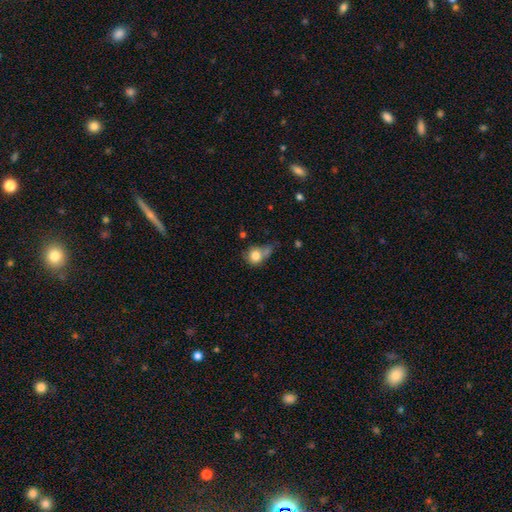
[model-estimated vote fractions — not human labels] Q: Smooth or featured?
A: smooth (78%); runner-up: featured or disk (13%)
Q: How rounded?
A: round (73%); runner-up: in between (25%)
Q: Merging?
A: none (33%); runner-up: minor disturbance (27%)